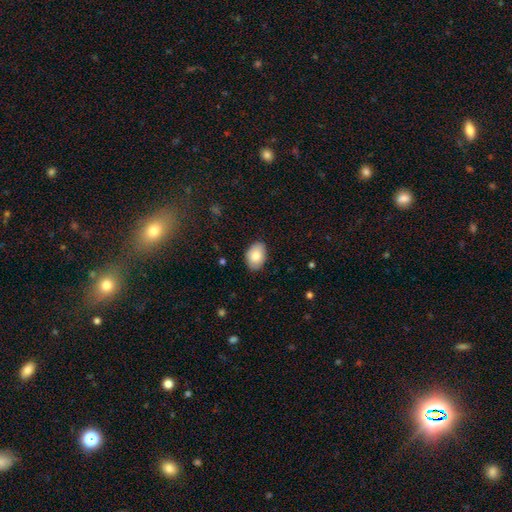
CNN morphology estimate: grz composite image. It shows a smooth galaxy with no disk features (82%) that is in between round and cigar-shaped (85%). Merging: none (83%).